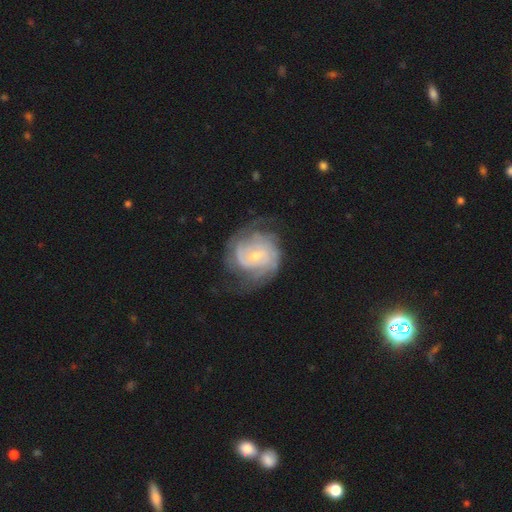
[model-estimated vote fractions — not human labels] Smooth or featured? featured or disk (83%)
Edge-on disk? no (98%)
Bar? no (58%)
Spiral arms? yes (94%)
Spiral winding? tight (59%)
Spiral arm count? 2 (40%)
Bulge size? small (62%)
Merging? none (66%)